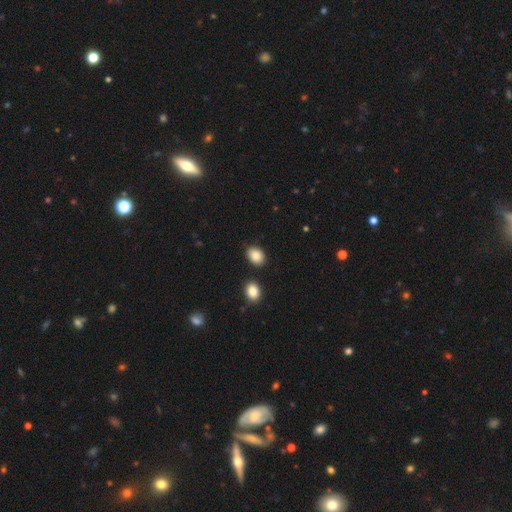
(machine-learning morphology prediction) smooth_or_featured: smooth (p=0.87) [alt: star or artifact p=0.08]
how_rounded: in between (p=0.68) [alt: round p=0.31]
merging: none (p=0.83) [alt: minor disturbance p=0.10]